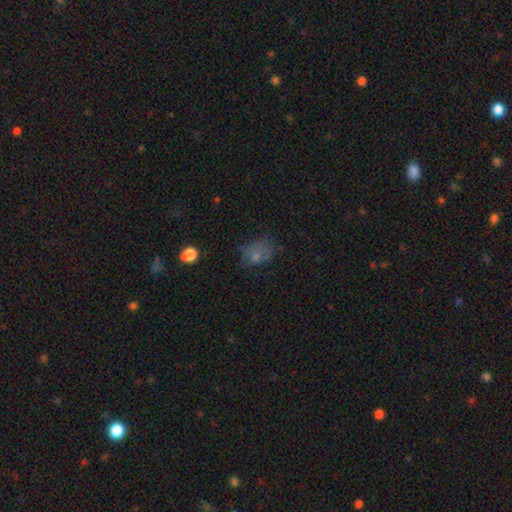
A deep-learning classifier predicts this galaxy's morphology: Smooth or featured? smooth (60%)
How rounded? in between (66%)
Merging? none (52%)